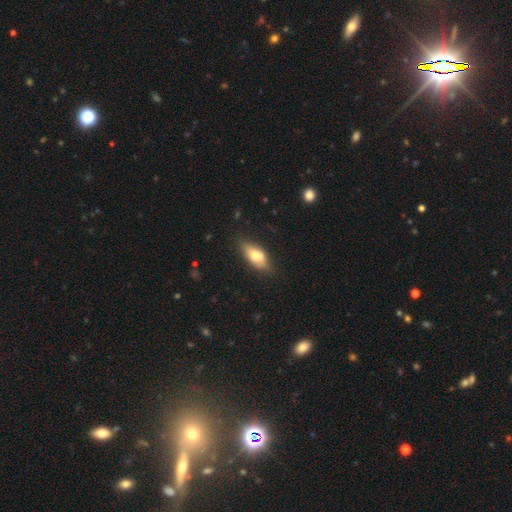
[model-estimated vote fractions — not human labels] A smooth galaxy with no disk features (69%) that is in between round and cigar-shaped (84%).

Vote fractions:
- Smooth or featured? smooth: 69% / featured or disk: 25% / star or artifact: 7%
- How rounded? in between: 84% / cigar-shaped: 13% / round: 4%
- Merging? none: 76% / minor disturbance: 19% / major disturbance: 4% / merger: 1%